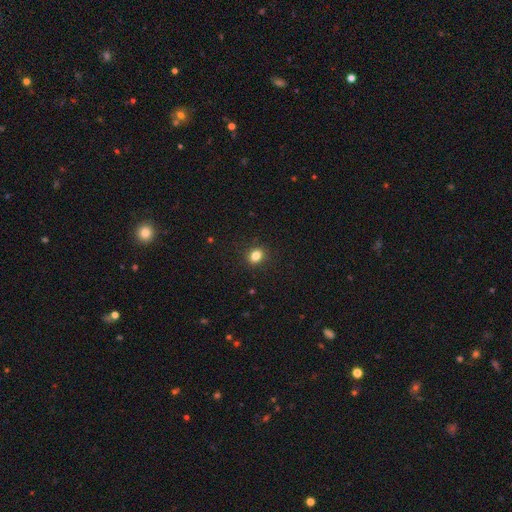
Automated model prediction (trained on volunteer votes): Smooth or featured: smooth — 83% (star or artifact — 12%)
How rounded: round — 56% (in between — 43%)
Merging: none — 90% (minor disturbance — 7%)